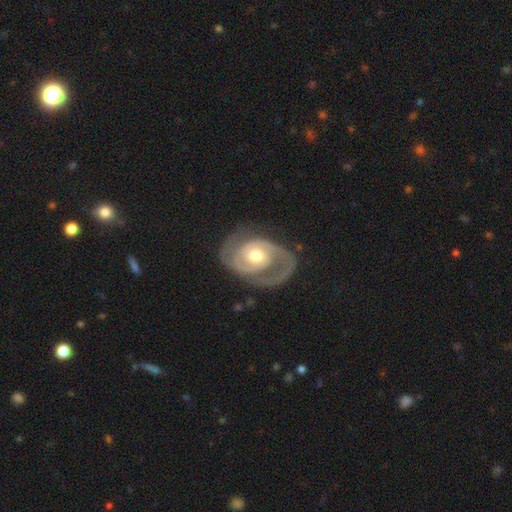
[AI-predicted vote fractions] This is clearly a featured or disk galaxy (87%). It is clearly not viewed edge-on (97%). Bar: likely no (70%). Spiral arm pattern: clearly yes (94%). Spiral arm count: likely 2 (80%). Spiral winding: possibly tight (45%). Central bulge: likely moderate (71%). Merging: likely none (67%).